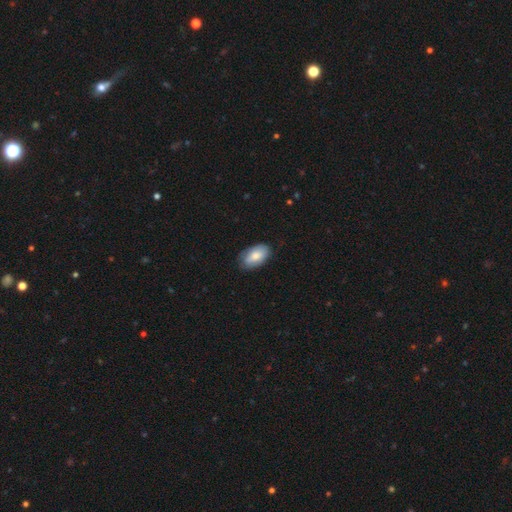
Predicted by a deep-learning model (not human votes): This appears to be a smooth galaxy with no disk features (77%) that is in between round and cigar-shaped (94%). Merging: none (79%).